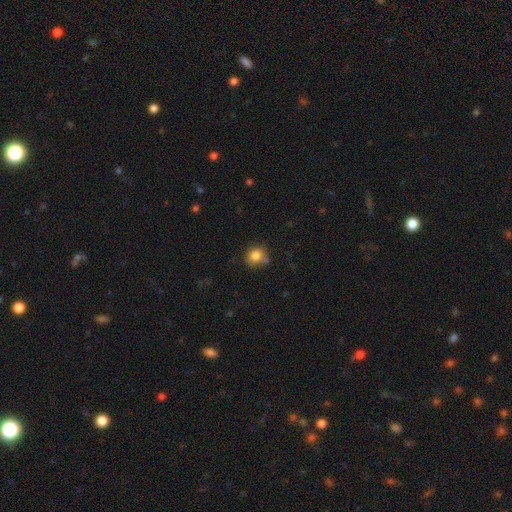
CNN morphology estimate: This appears to be a smooth galaxy with no disk features (82%) that is round (79%). Merging: none (69%).